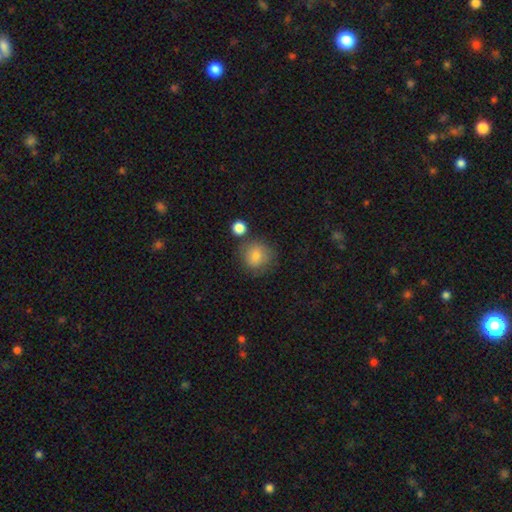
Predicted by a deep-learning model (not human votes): A smooth galaxy with no disk features (79%) that is round (87%). Merging: none (71%).